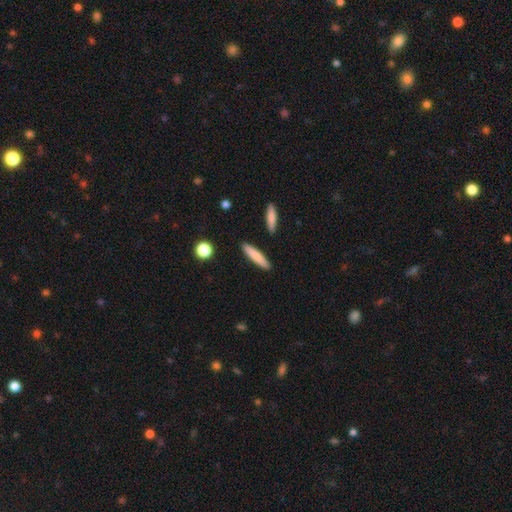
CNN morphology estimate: Smooth or featured? smooth (79%)
How rounded? cigar-shaped (86%)
Merging? none (89%)